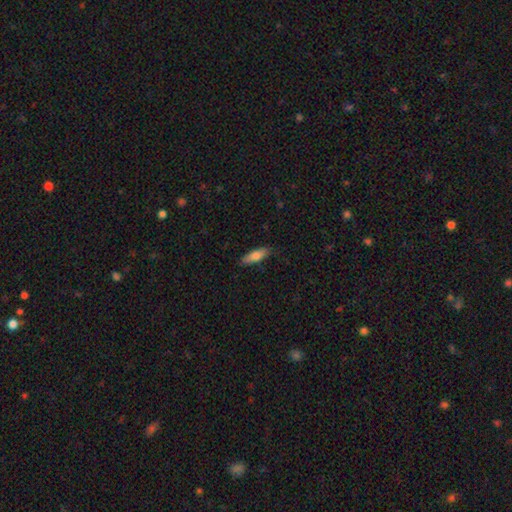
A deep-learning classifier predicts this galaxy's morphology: This appears to be a smooth galaxy with no disk features (75%) that is cigar-shaped (51%). Merging: none (85%).